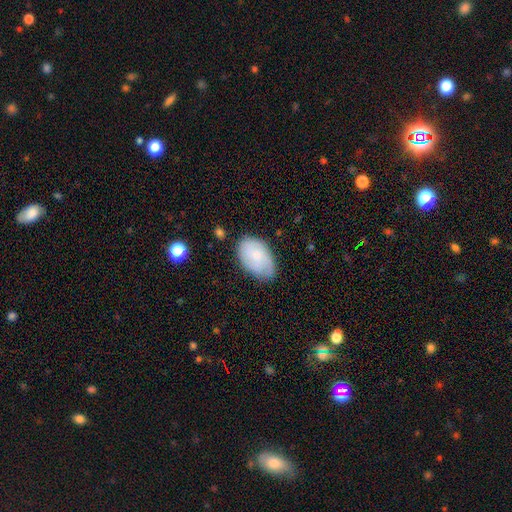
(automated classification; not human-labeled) Q: Smooth or featured?
A: smooth (54%); runner-up: featured or disk (39%)
Q: How rounded?
A: in between (90%); runner-up: round (8%)
Q: Merging?
A: none (65%); runner-up: minor disturbance (26%)